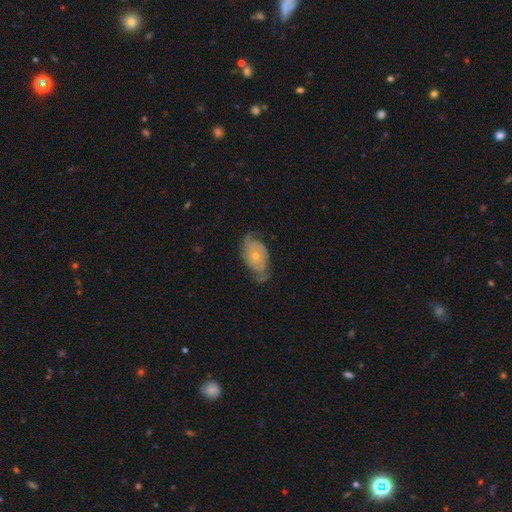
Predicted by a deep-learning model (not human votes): Morphology: type=featured or disk (73%); edge-on=no (95%); bar=no (80%); spiral arms=yes (89%); winding=medium (39%); arm count=2 (53%); bulge=small (69%); merging=none (58%).